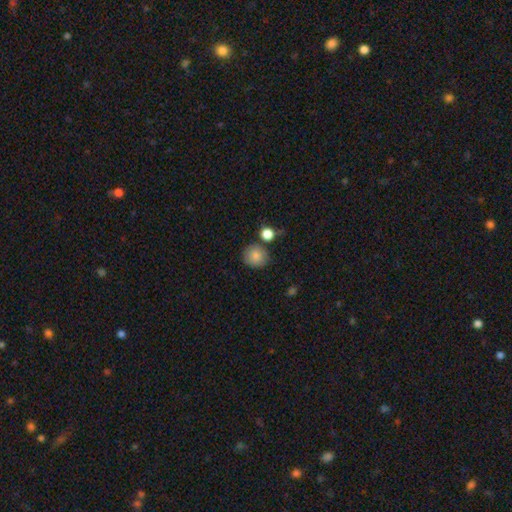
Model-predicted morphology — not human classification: Smooth or featured: smooth — 83% (star or artifact — 9%)
How rounded: round — 87% (in between — 12%)
Merging: none — 73% (minor disturbance — 13%)